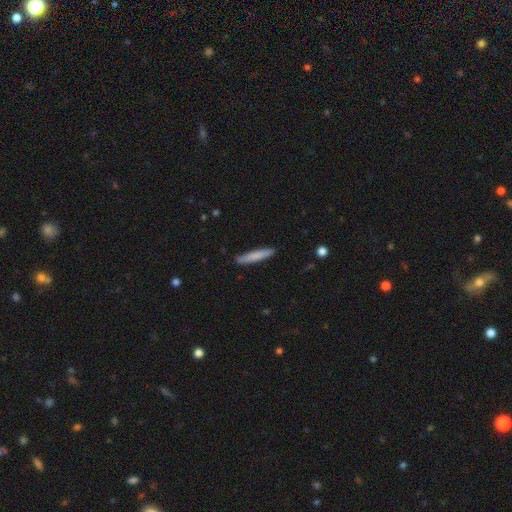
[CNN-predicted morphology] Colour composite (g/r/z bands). It shows a smooth galaxy with no disk features (76%) that is cigar-shaped (94%). Merging: none (88%).